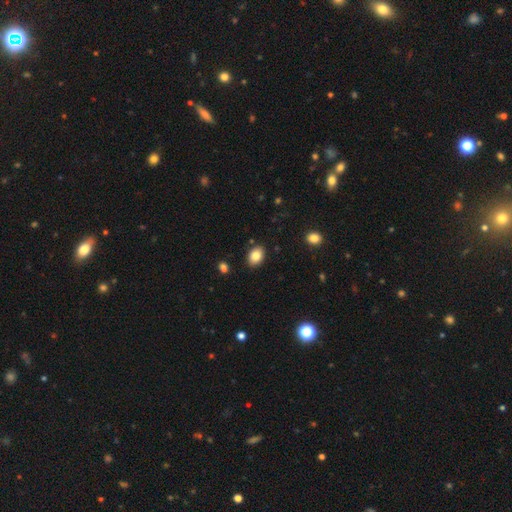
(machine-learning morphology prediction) The model was most divided on "how rounded": in between: 77%, round: 22%, cigar-shaped: 1%. More confident: merging — none (88%); smooth or featured — smooth (83%).